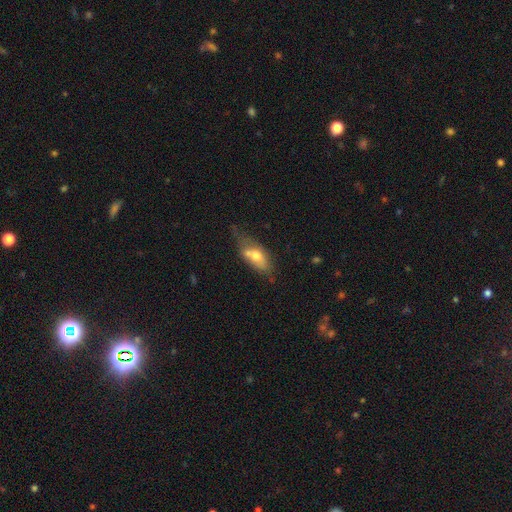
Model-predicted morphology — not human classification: A smooth galaxy with no disk features (60%) that is in between round and cigar-shaped (81%).

Vote fractions:
- Smooth or featured? smooth: 60% / featured or disk: 33% / star or artifact: 7%
- How rounded? in between: 81% / cigar-shaped: 14% / round: 5%
- Merging? none: 34% / merger: 27% / minor disturbance: 25% / major disturbance: 14%